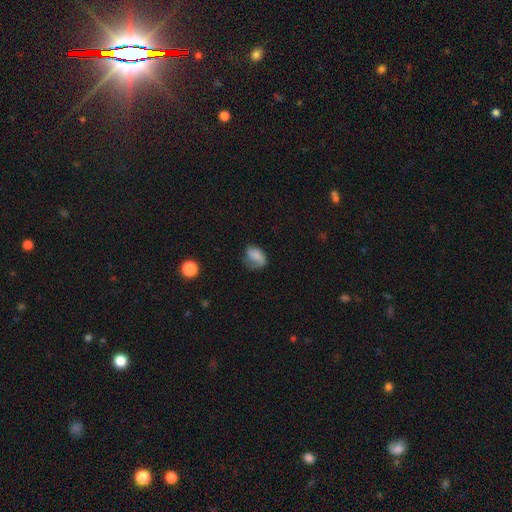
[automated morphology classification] Smooth or featured? smooth (70%)
How rounded? in between (75%)
Merging? none (42%)